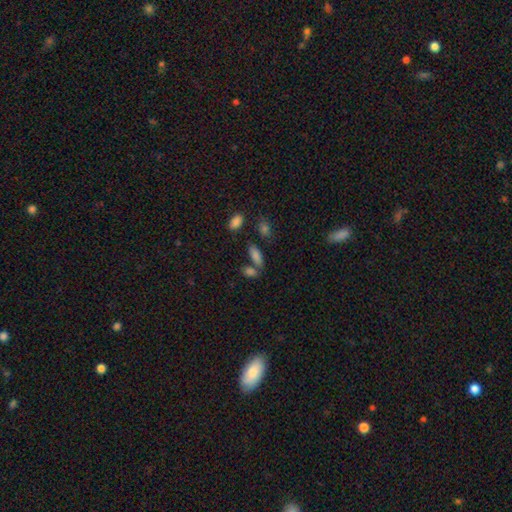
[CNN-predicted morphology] Q: Smooth or featured?
A: smooth (78%); runner-up: star or artifact (13%)
Q: How rounded?
A: in between (76%); runner-up: cigar-shaped (19%)
Q: Merging?
A: none (55%); runner-up: merger (27%)